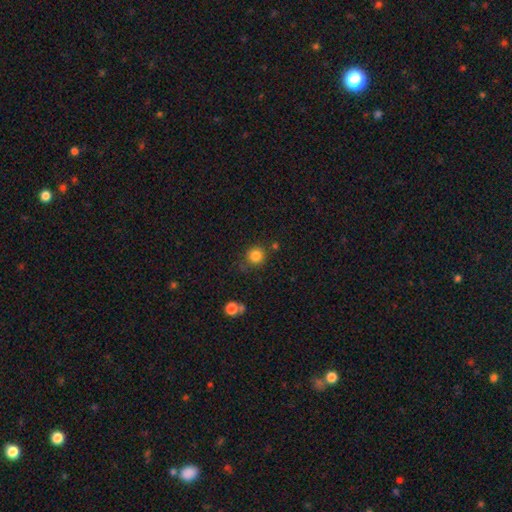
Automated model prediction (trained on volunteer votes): smooth 83%, star or artifact 12%, featured or disk 5%. Down the decision tree: how rounded — round (92%); merging — none (78%).